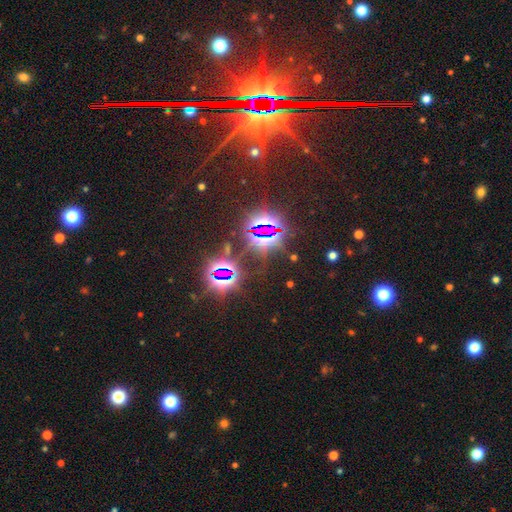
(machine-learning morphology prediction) Q: Smooth or featured?
A: star or artifact (81%); runner-up: featured or disk (10%)